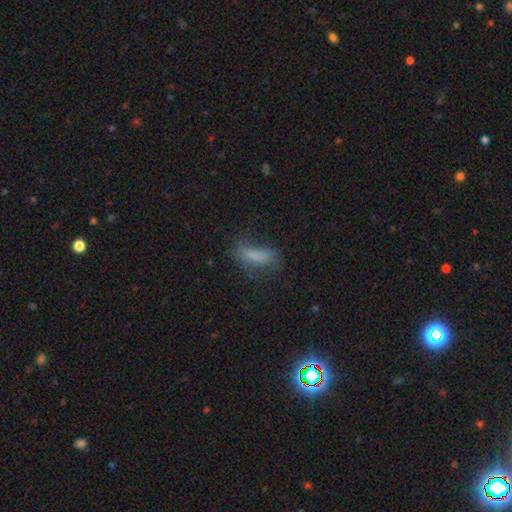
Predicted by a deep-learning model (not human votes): Smooth or featured: smooth — 69% (featured or disk — 19%)
How rounded: in between — 59% (cigar-shaped — 38%)
Merging: none — 50% (minor disturbance — 27%)